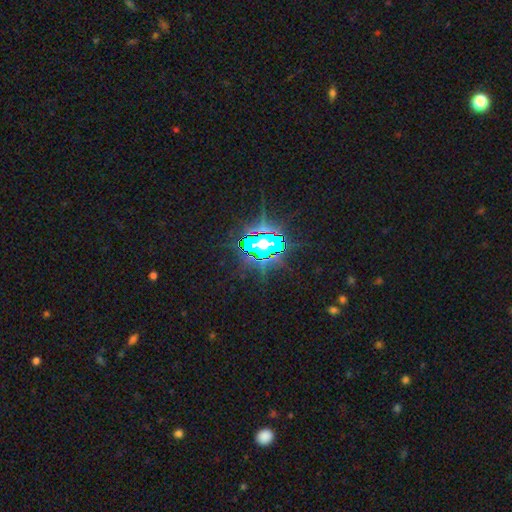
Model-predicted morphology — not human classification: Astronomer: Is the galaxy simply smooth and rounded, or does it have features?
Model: star or artifact — 80%.